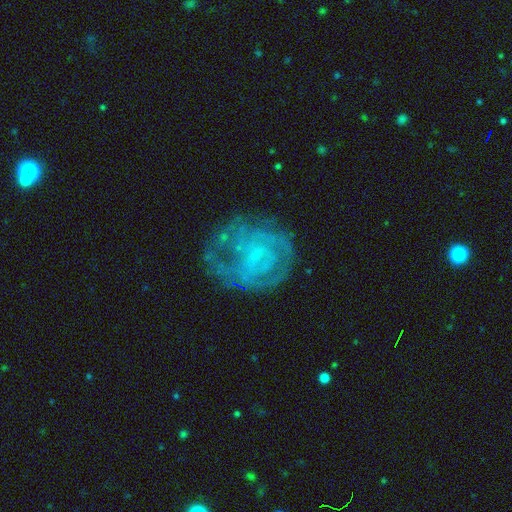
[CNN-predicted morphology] Smooth or featured? featured or disk (68%)
Edge-on disk? no (98%)
Bar? no (63%)
Spiral arms? yes (75%)
Bulge size? small (55%)
Merging? none (66%)